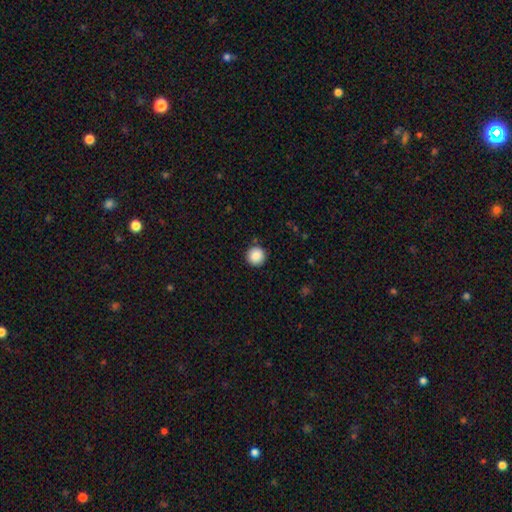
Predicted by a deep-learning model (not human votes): smooth 88%, star or artifact 9%, featured or disk 4%. Down the decision tree: how rounded — round (95%); merging — none (90%).